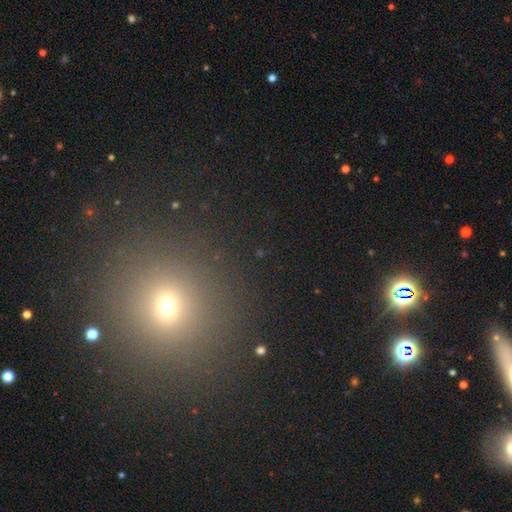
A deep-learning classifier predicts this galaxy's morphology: smooth-or-featured: star or artifact: 46% (tied) | smooth: 46% (tied) | featured or disk: 8%